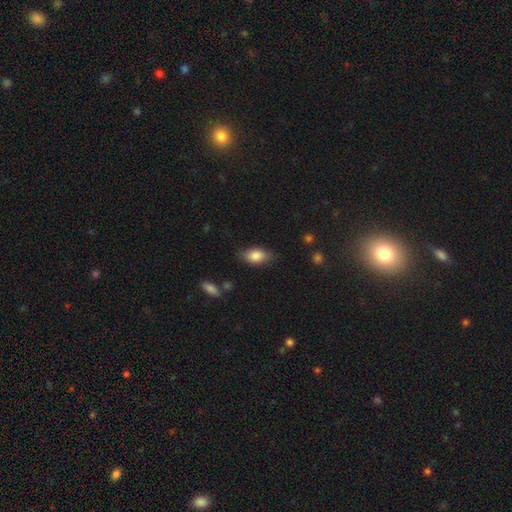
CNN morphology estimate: Q: Smooth or featured?
A: smooth (83%); runner-up: featured or disk (10%)
Q: How rounded?
A: in between (88%); runner-up: round (7%)
Q: Merging?
A: none (78%); runner-up: minor disturbance (17%)